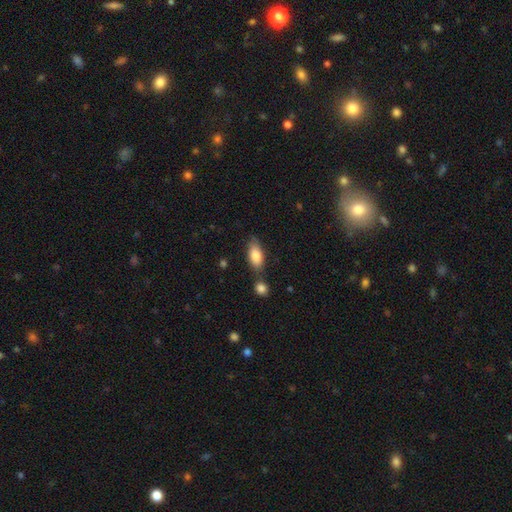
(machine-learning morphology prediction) Smooth or featured?
  - smooth: 81% *
  - featured or disk: 12%
  - star or artifact: 6%
How rounded?
  - in between: 85% *
  - cigar-shaped: 11%
  - round: 3%
Merging?
  - none: 64% *
  - minor disturbance: 16%
  - merger: 16%
  - major disturbance: 4%